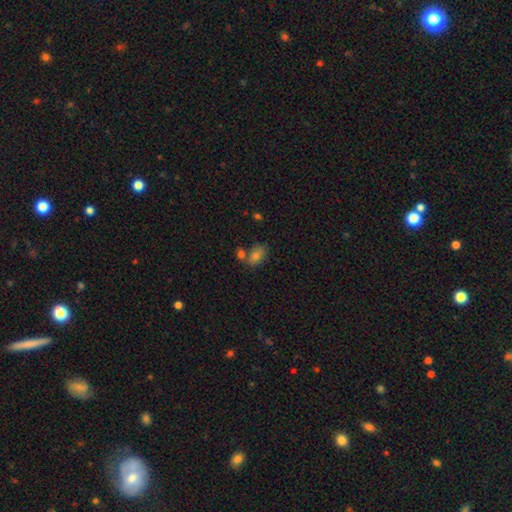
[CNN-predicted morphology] Smooth or featured?
  - smooth: 75% *
  - star or artifact: 13%
  - featured or disk: 11%
How rounded?
  - in between: 85% *
  - round: 12%
  - cigar-shaped: 3%
Merging?
  - none: 53% *
  - merger: 29%
  - minor disturbance: 13%
  - major disturbance: 5%